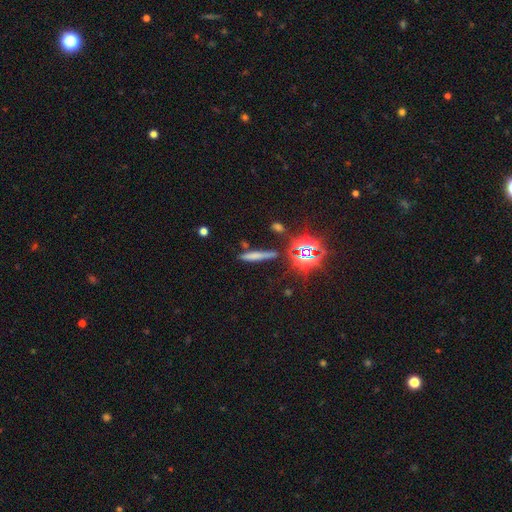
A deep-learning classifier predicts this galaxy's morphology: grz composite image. It shows a smooth galaxy with no disk features (58%) that is cigar-shaped (88%). Merging: none (78%).